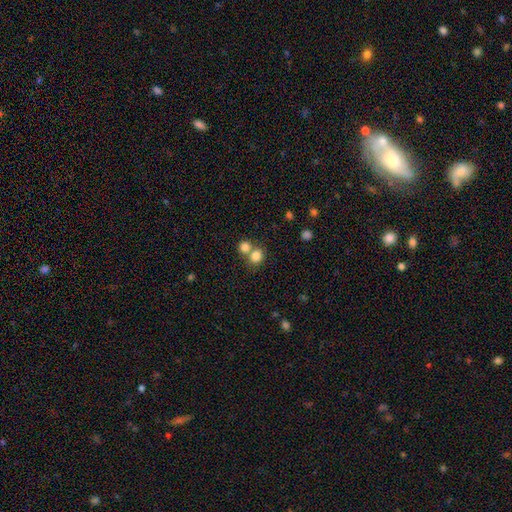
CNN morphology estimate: This appears to be a smooth galaxy with no disk features (81%) that is round (75%). Merging: merger (46%).